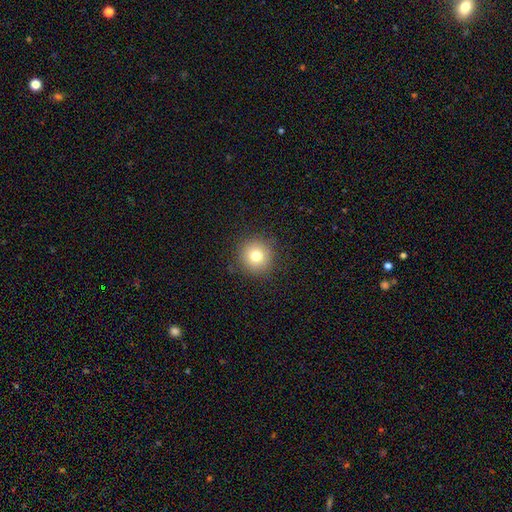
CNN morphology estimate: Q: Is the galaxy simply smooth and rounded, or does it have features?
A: smooth — 76%.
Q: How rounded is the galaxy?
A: round — 94%.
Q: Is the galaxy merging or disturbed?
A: none — 89%.